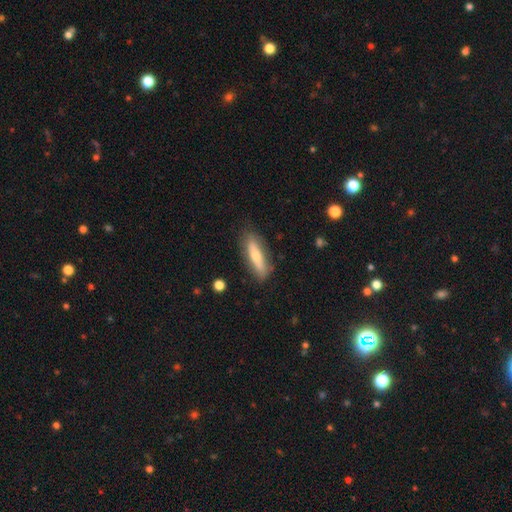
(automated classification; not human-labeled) smooth 57%, featured or disk 37%, star or artifact 7%. Down the decision tree: how rounded — cigar-shaped (62%); merging — none (80%).